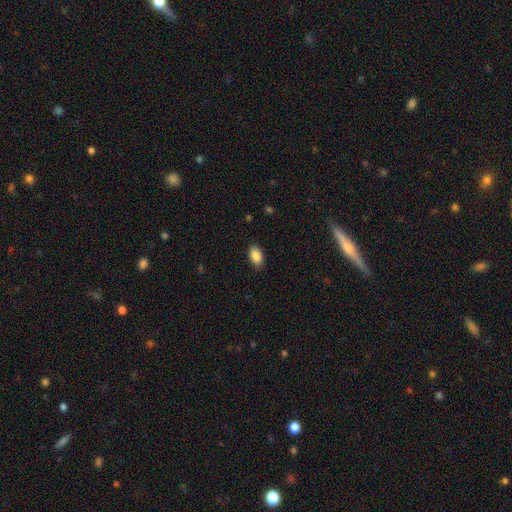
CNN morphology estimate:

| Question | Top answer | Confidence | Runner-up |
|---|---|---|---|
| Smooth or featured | smooth | 89% | star or artifact (7%) |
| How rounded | in between | 93% | round (5%) |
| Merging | none | 88% | minor disturbance (9%) |